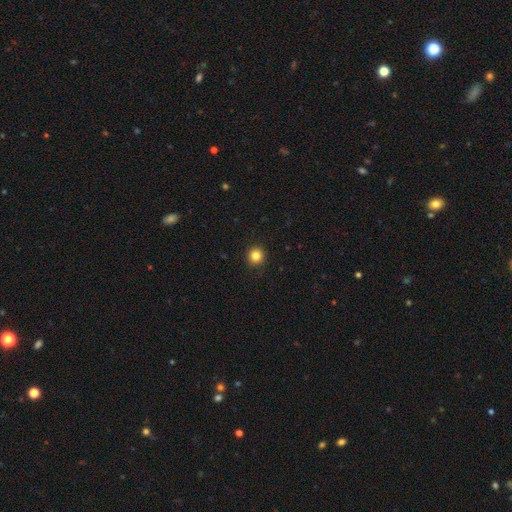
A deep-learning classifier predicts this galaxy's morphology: This is clearly a smooth galaxy (84%). How rounded: clearly round (94%). Merging: clearly none (93%).